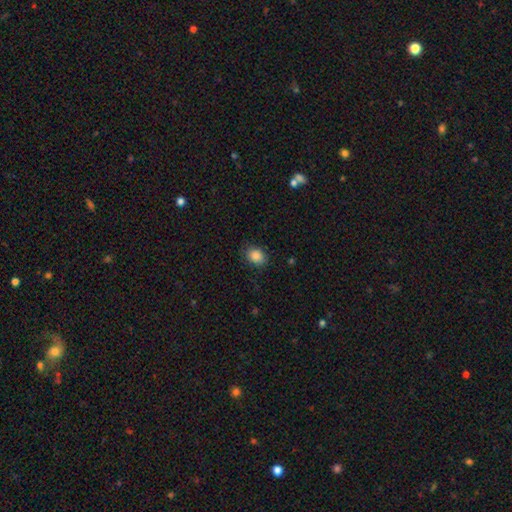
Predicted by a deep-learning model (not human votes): smooth_or_featured: smooth (p=0.87) [alt: star or artifact p=0.09]
how_rounded: in between (p=0.58) [alt: round p=0.41]
merging: none (p=0.83) [alt: minor disturbance p=0.12]